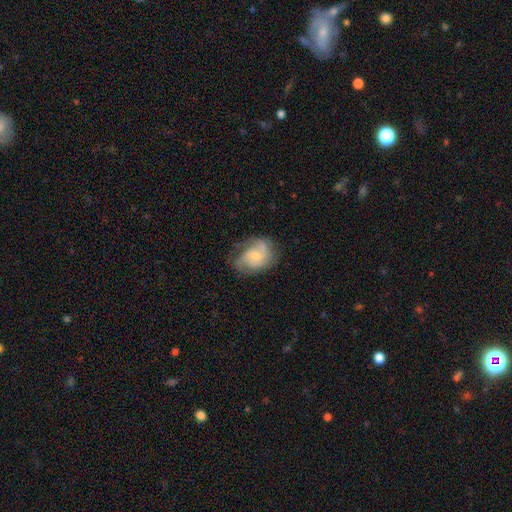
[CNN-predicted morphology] smooth_or_featured: featured or disk (p=0.70) [alt: smooth p=0.23]
disk_edge_on: no (p=0.98) [alt: yes p=0.02]
bar: no (p=0.64) [alt: weak p=0.32]
has_spiral_arms: yes (p=0.92) [alt: no p=0.08]
spiral_winding: medium (p=0.45) [alt: tight p=0.37]
spiral_arm_count: 2 (p=0.44) [alt: 3 p=0.22]
bulge_size: small (p=0.51) [alt: moderate p=0.42]
merging: none (p=0.63) [alt: minor disturbance p=0.24]